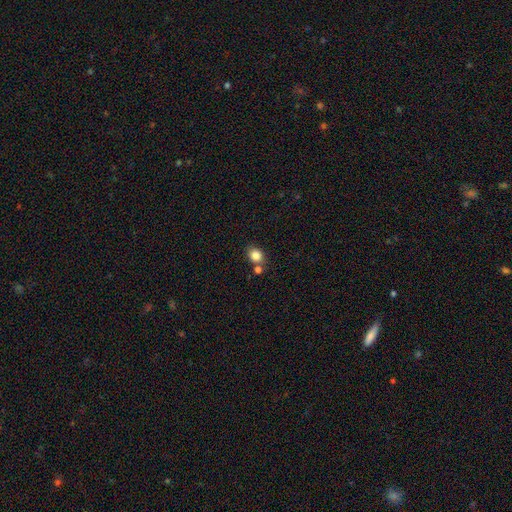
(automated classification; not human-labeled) This appears to be a smooth galaxy with no disk features (84%) that is round (52%). Merging: none (67%).